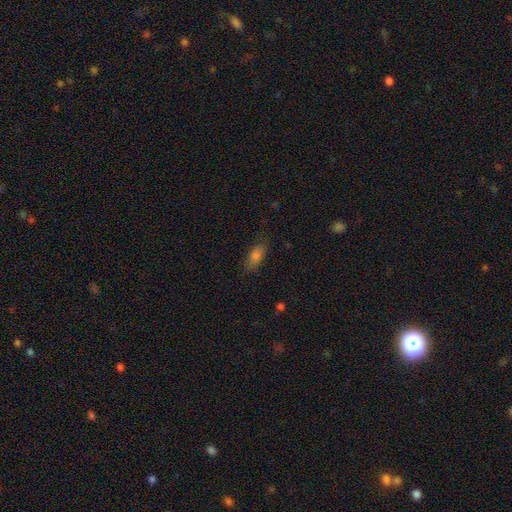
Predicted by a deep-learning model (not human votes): smooth 76%, featured or disk 13%, star or artifact 11%. Down the decision tree: how rounded — in between (77%); merging — none (80%).